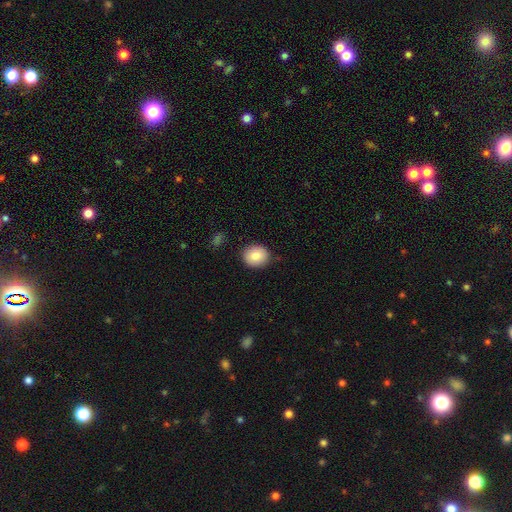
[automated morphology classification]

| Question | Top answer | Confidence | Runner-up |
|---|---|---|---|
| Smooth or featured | smooth | 86% | star or artifact (8%) |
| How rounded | round | 71% | in between (28%) |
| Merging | none | 87% | minor disturbance (9%) |